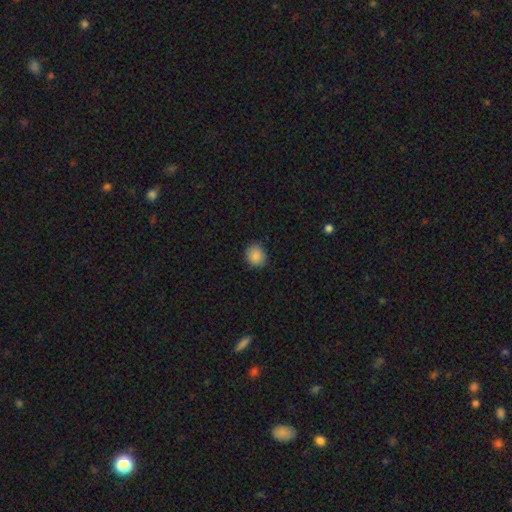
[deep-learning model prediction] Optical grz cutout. It shows a smooth galaxy with no disk features (87%) that is round (70%). Merging: none (85%).